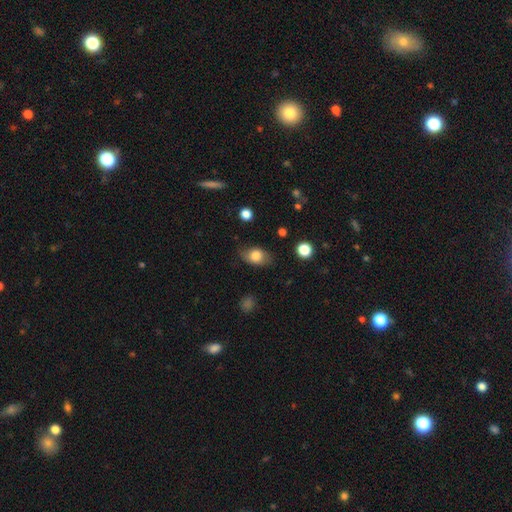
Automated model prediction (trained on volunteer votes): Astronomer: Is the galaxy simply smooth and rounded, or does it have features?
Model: smooth — 80%.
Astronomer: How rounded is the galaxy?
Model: in between — 80%.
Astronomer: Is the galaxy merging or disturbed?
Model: none — 75%.